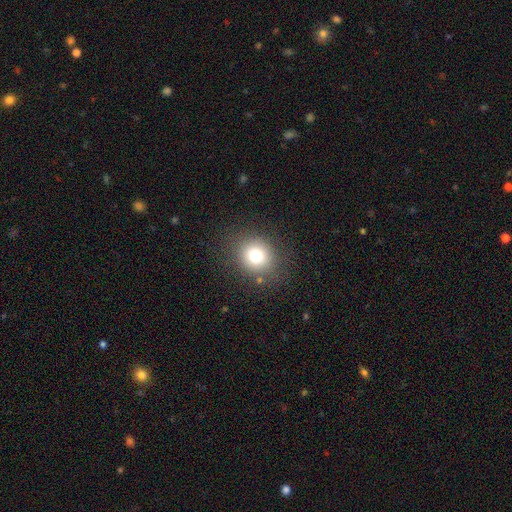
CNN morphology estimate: type=smooth (75%); roundness=round (82%); merging=none (85%).